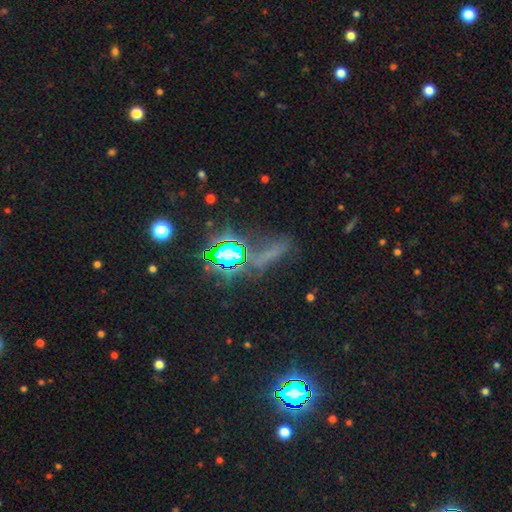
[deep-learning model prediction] This is likely a star or artifact rather than a galaxy (76%).